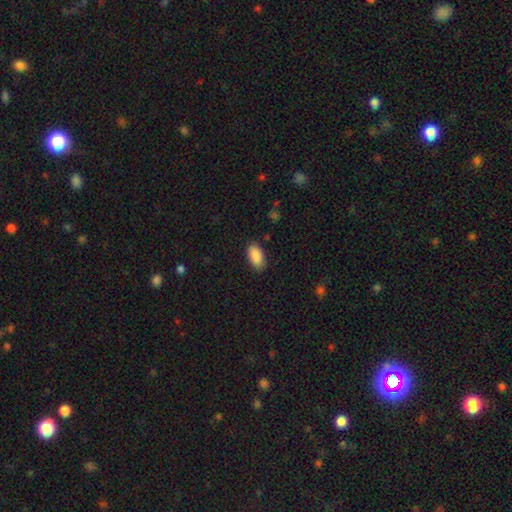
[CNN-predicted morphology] Q: Smooth or featured?
A: smooth (90%); runner-up: star or artifact (7%)
Q: How rounded?
A: in between (94%); runner-up: cigar-shaped (3%)
Q: Merging?
A: none (86%); runner-up: minor disturbance (11%)